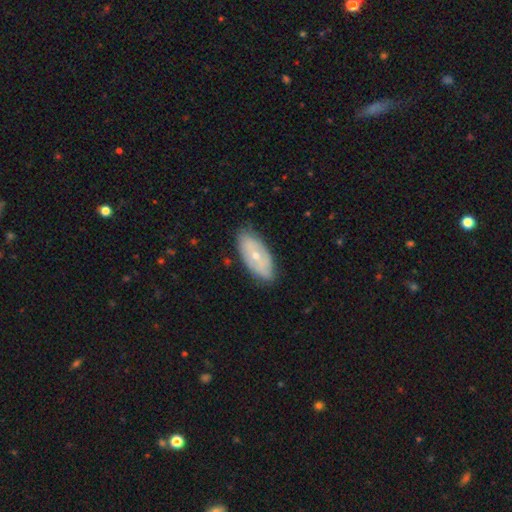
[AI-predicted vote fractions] Q: Smooth or featured?
A: featured or disk (52%); runner-up: smooth (42%)
Q: Edge-on disk?
A: no (85%); runner-up: yes (15%)
Q: Merging?
A: none (80%); runner-up: minor disturbance (16%)